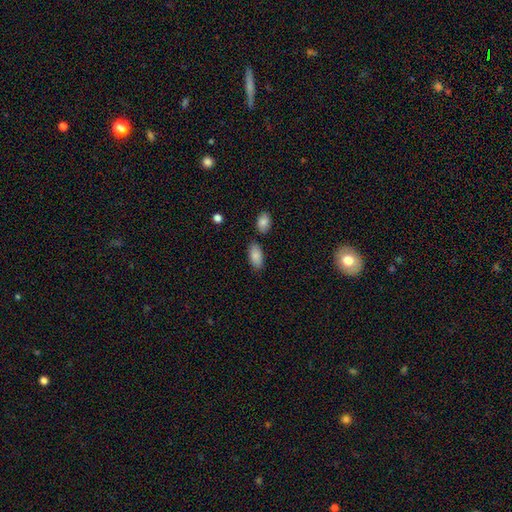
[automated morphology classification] A smooth galaxy with no disk features (87%) that is in between round and cigar-shaped (92%).

Vote fractions:
- Smooth or featured? smooth: 87% / star or artifact: 7% / featured or disk: 6%
- How rounded? in between: 92% / cigar-shaped: 5% / round: 3%
- Merging? none: 77% / minor disturbance: 13% / merger: 7% / major disturbance: 3%